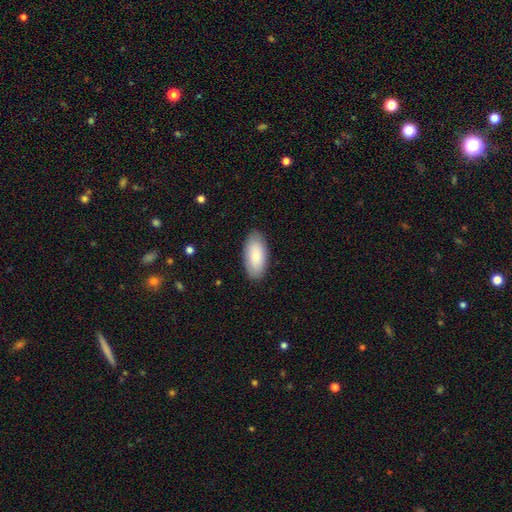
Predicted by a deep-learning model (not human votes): A smooth galaxy with no disk features (85%) that is in between round and cigar-shaped (93%). Merging: none (87%).